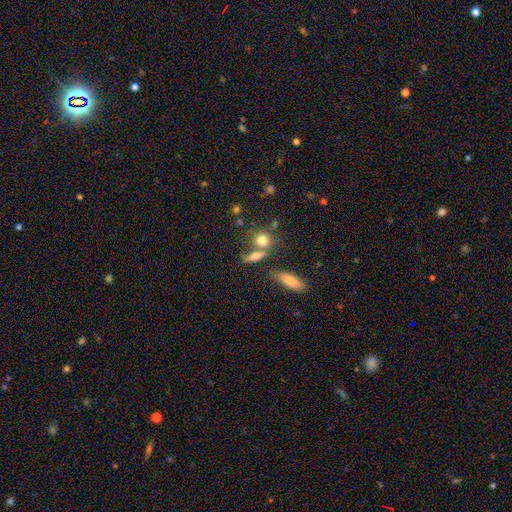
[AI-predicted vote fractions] Smooth or featured? Predicted: smooth (p=0.69). How rounded? Predicted: round (p=0.44). Merging? Predicted: none (p=0.46).